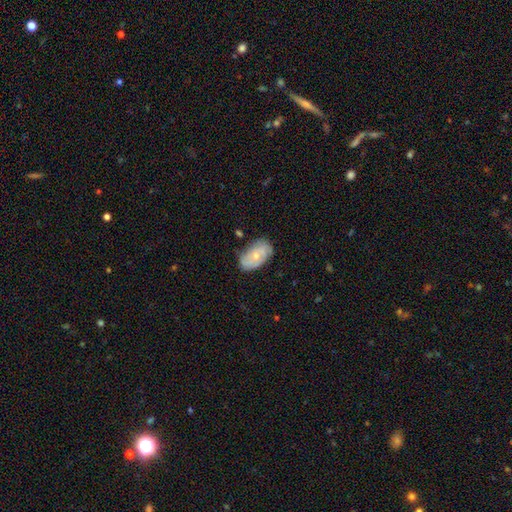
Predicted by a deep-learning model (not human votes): A smooth galaxy with no disk features (47%). Merging: none (71%).